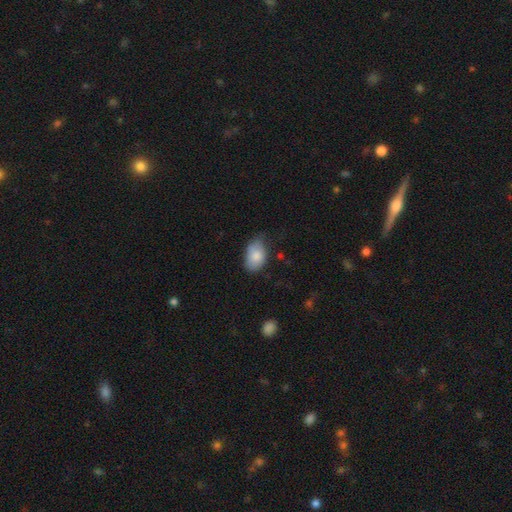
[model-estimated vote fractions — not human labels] Smooth or featured: smooth — 81% (featured or disk — 12%)
How rounded: in between — 88% (round — 11%)
Merging: none — 55% (minor disturbance — 35%)